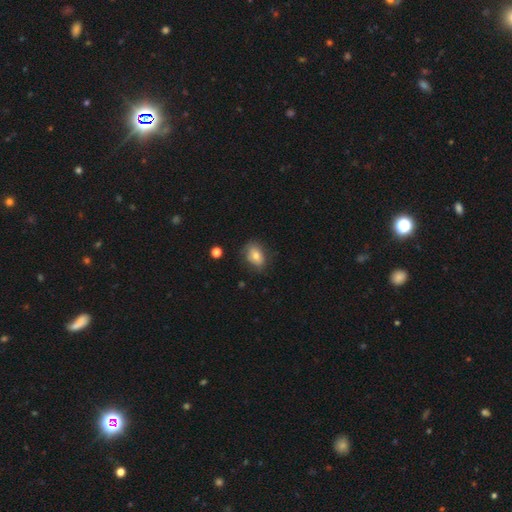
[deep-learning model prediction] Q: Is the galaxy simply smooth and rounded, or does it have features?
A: smooth — 71%.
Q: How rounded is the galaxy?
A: in between — 76%.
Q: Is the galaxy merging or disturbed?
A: none — 73%.